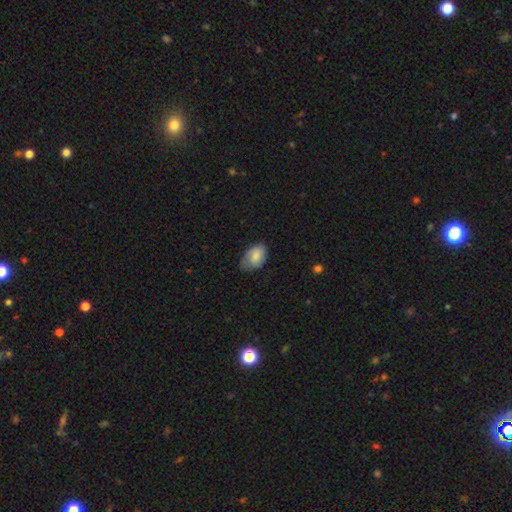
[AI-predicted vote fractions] Q: Smooth or featured?
A: smooth (77%); runner-up: featured or disk (17%)
Q: How rounded?
A: in between (88%); runner-up: round (11%)
Q: Merging?
A: none (54%); runner-up: minor disturbance (36%)